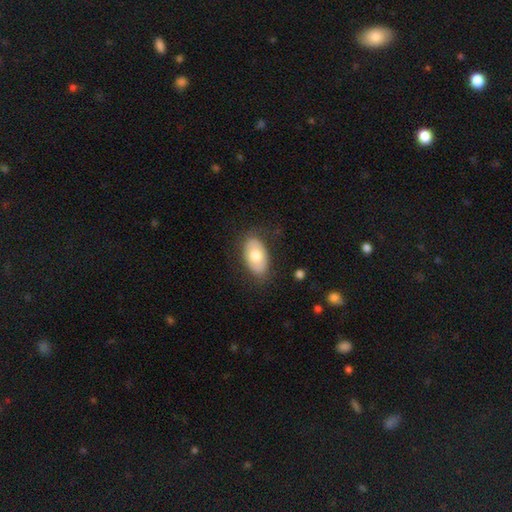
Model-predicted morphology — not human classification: Q: Smooth or featured?
A: smooth (68%); runner-up: featured or disk (26%)
Q: How rounded?
A: in between (93%); runner-up: round (5%)
Q: Merging?
A: none (81%); runner-up: minor disturbance (14%)